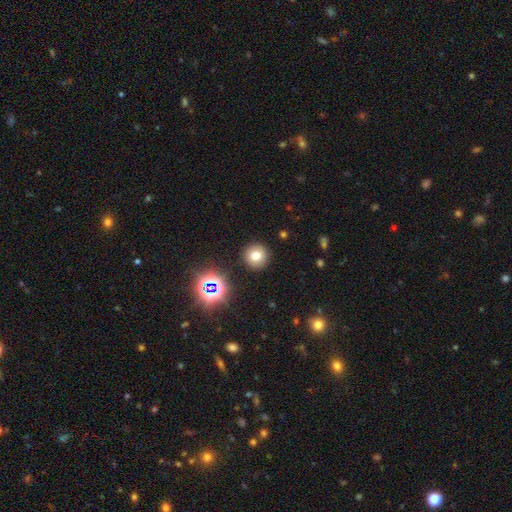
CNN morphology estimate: The model was most divided on "smooth or featured": smooth: 71%, star or artifact: 19%, featured or disk: 10%. More confident: how rounded — round (94%); merging — none (91%).